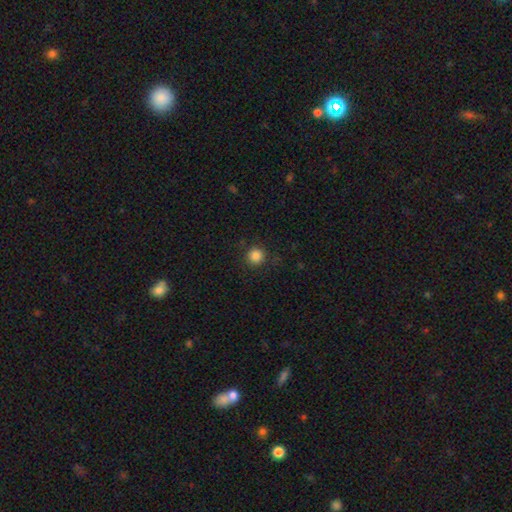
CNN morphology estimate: This is clearly a smooth galaxy (85%). How rounded: clearly round (95%). Merging: clearly none (89%).